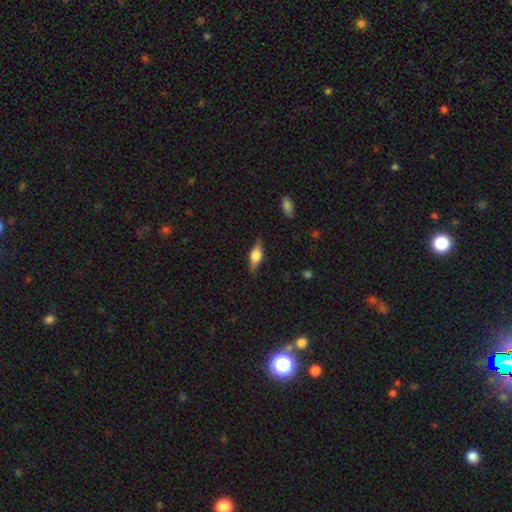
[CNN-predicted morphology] type=featured or disk (49%); merging=none (82%).